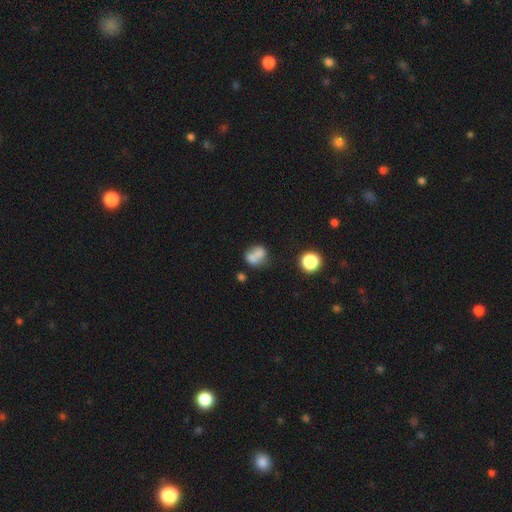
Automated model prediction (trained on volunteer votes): Smooth or featured? smooth (68%)
How rounded? round (50%)
Merging? none (37%)